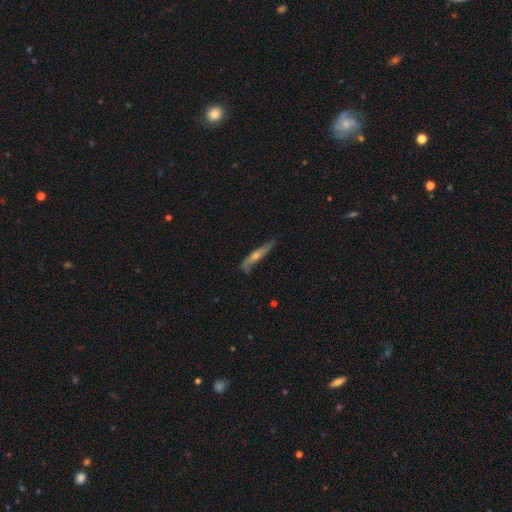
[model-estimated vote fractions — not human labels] Smooth or featured?
  - featured or disk: 61% *
  - smooth: 32%
  - star or artifact: 7%
Edge-on disk?
  - yes: 84% *
  - no: 16%
Edge-on bulge?
  - rounded: 77% *
  - none: 19%
  - boxy: 4%
Merging?
  - none: 71% *
  - minor disturbance: 22%
  - major disturbance: 5%
  - merger: 2%